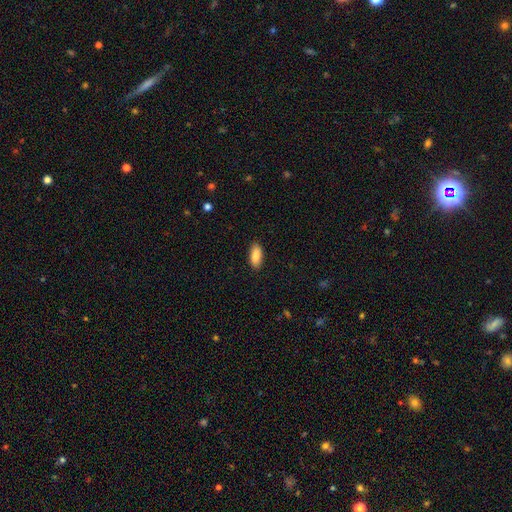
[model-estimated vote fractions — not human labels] Smooth or featured?
  - smooth: 88% *
  - star or artifact: 6%
  - featured or disk: 6%
How rounded?
  - in between: 86% *
  - cigar-shaped: 12%
  - round: 2%
Merging?
  - none: 89% *
  - minor disturbance: 8%
  - major disturbance: 2%
  - merger: 1%